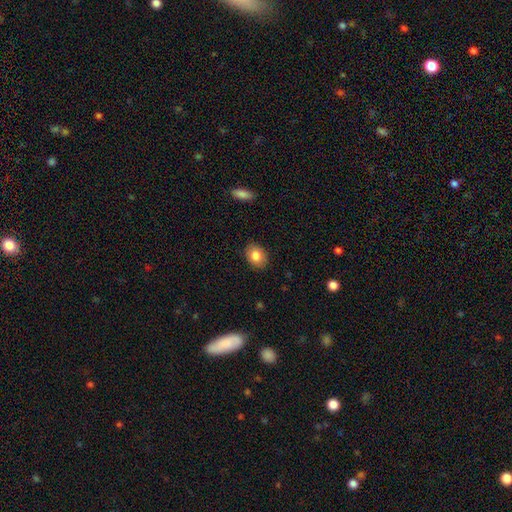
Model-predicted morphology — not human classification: type=smooth (84%); roundness=in between (68%); merging=none (88%).